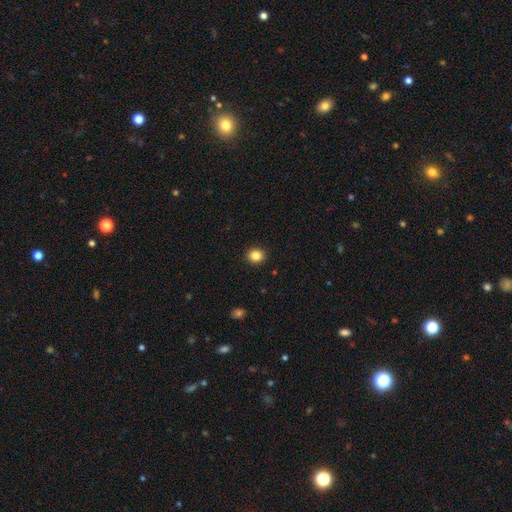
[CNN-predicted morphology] Smooth or featured? smooth (84%)
How rounded? round (81%)
Merging? none (92%)